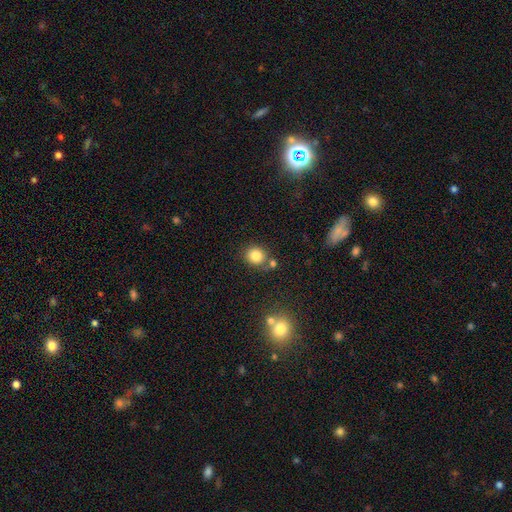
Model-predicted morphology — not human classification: smooth_or_featured: smooth (p=0.82) [alt: star or artifact p=0.11]
how_rounded: round (p=0.79) [alt: in between p=0.20]
merging: none (p=0.72) [alt: merger p=0.13]